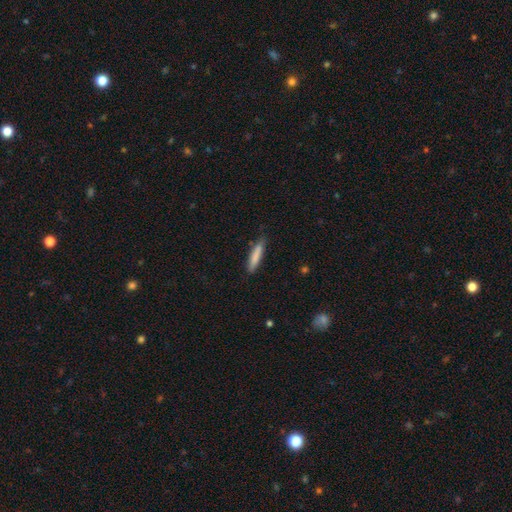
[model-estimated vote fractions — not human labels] Morphology: type=smooth (83%); roundness=cigar-shaped (87%); merging=none (81%).